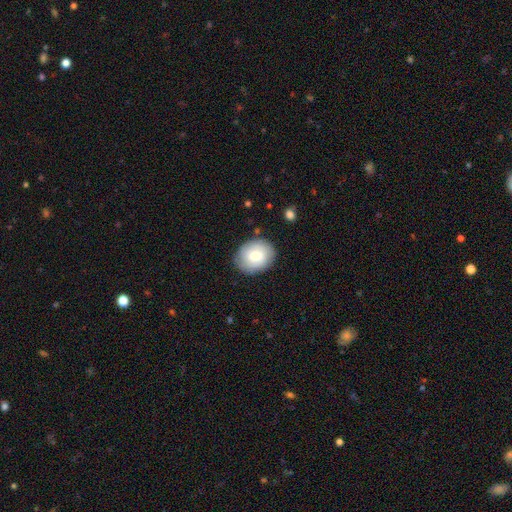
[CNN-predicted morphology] Smooth or featured?
  - smooth: 72% *
  - featured or disk: 21%
  - star or artifact: 7%
How rounded?
  - round: 57% *
  - in between: 42%
  - cigar-shaped: 1%
Merging?
  - none: 84% *
  - minor disturbance: 12%
  - major disturbance: 3%
  - merger: 1%